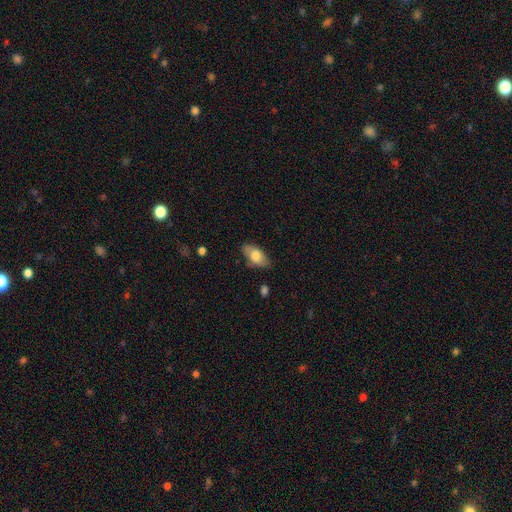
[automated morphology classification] Smooth or featured? smooth (72%)
How rounded? in between (92%)
Merging? none (75%)